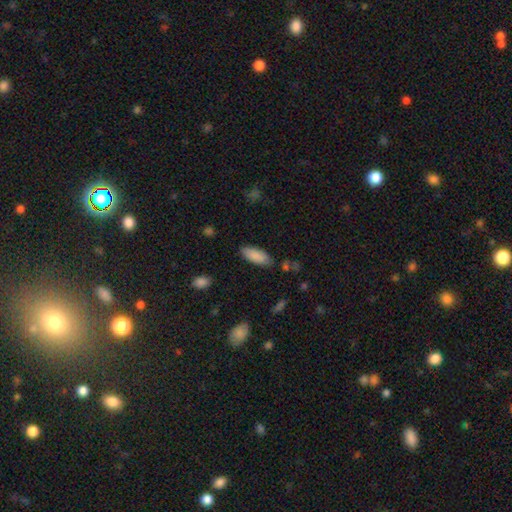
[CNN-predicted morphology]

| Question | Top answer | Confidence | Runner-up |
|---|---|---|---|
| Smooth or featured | smooth | 88% | star or artifact (6%) |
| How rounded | in between | 80% | cigar-shaped (19%) |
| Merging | none | 82% | minor disturbance (13%) |